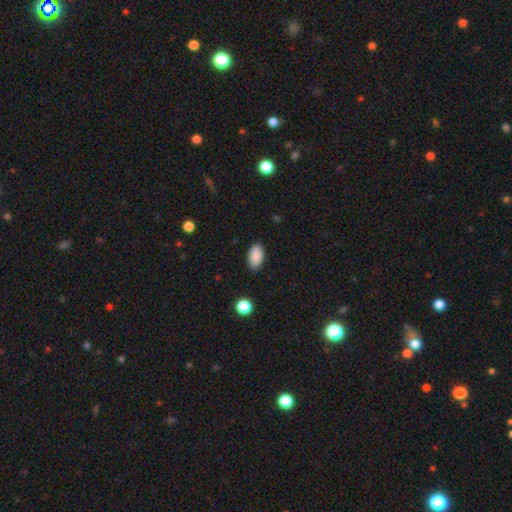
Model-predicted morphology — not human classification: smooth-or-featured: smooth: 89% | star or artifact: 8% | featured or disk: 3%
  how-rounded: in between: 94% | round: 4% | cigar-shaped: 2%
  merging: none: 86% | minor disturbance: 11% | major disturbance: 2% | merger: 1%